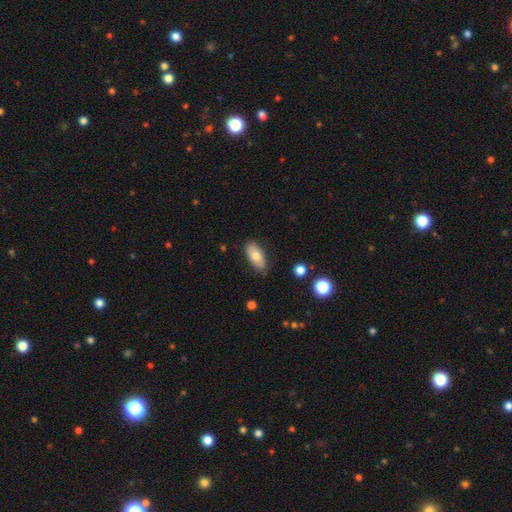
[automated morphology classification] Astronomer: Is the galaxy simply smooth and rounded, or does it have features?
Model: smooth — 75%.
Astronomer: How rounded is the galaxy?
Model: in between — 90%.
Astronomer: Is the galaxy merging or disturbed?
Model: none — 82%.